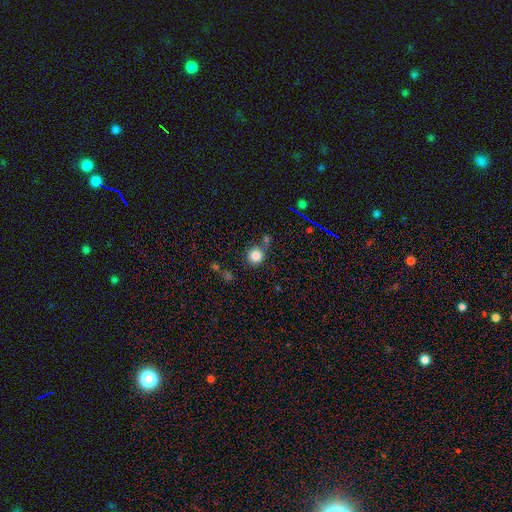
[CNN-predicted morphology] A smooth galaxy with no disk features (83%) that is round (92%).

Vote fractions:
- Smooth or featured? smooth: 83% / star or artifact: 11% / featured or disk: 6%
- How rounded? round: 92% / in between: 7% / cigar-shaped: 1%
- Merging? none: 70% / merger: 13% / minor disturbance: 12% / major disturbance: 4%